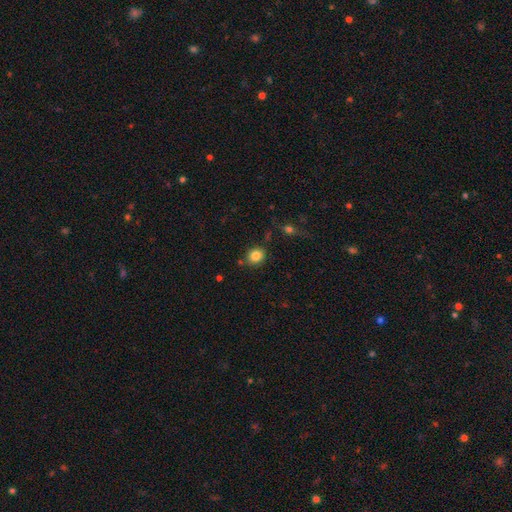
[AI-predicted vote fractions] Smooth or featured: smooth — 84% (star or artifact — 10%)
How rounded: round — 75% (in between — 24%)
Merging: none — 79% (minor disturbance — 12%)